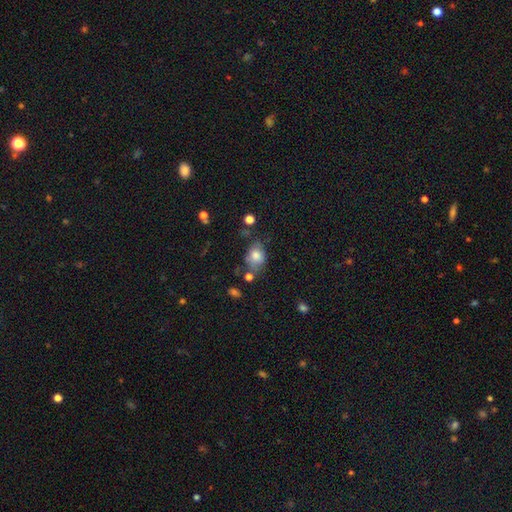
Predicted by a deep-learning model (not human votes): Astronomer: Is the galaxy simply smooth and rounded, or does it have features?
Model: smooth — 76%.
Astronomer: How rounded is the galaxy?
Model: in between — 64%.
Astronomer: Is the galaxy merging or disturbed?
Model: none — 48% (runner-up: minor disturbance, 29%).